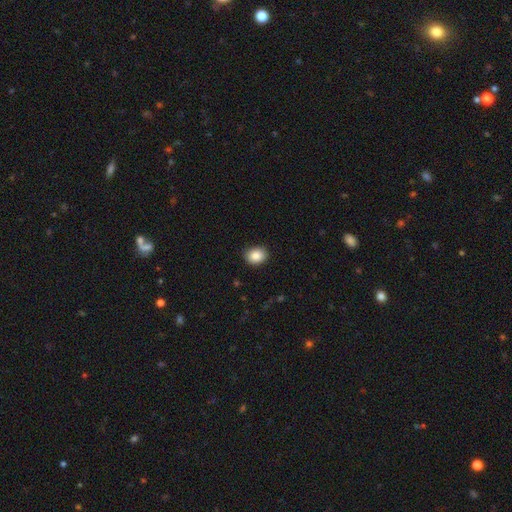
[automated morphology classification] smooth_or_featured: smooth (p=0.88) [alt: star or artifact p=0.08]
how_rounded: in between (p=0.51) [alt: round p=0.48]
merging: none (p=0.87) [alt: minor disturbance p=0.10]